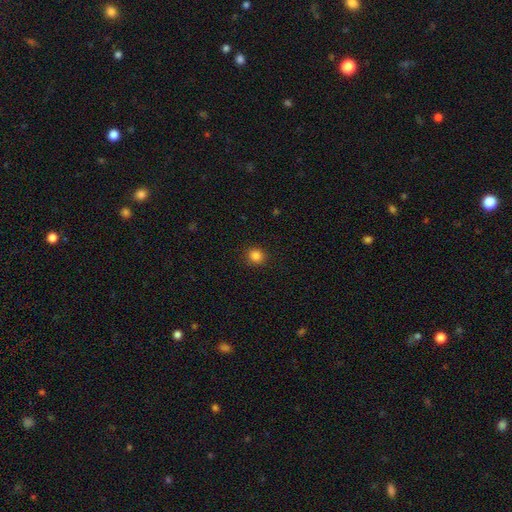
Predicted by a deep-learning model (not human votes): This appears to be a smooth galaxy with no disk features (85%) that is round (87%). Merging: none (90%).